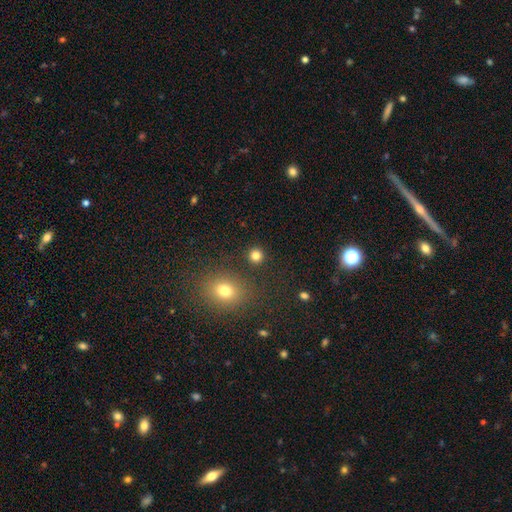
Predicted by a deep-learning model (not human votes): Overall: smooth (81%). How rounded: round (92%). Merging: none (89%).